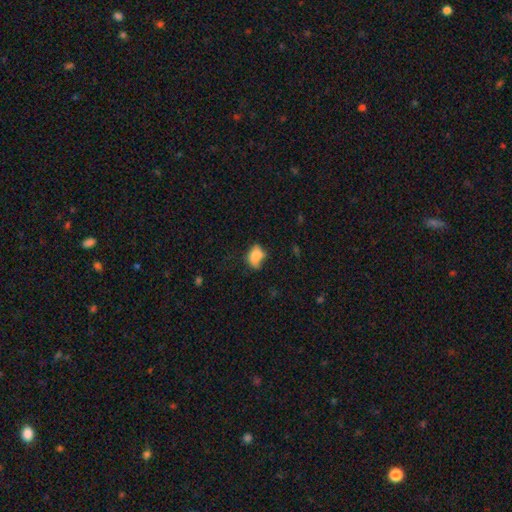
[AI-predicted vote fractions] smooth 77%, featured or disk 14%, star or artifact 10%. Down the decision tree: how rounded — in between (76%); merging — none (40%).